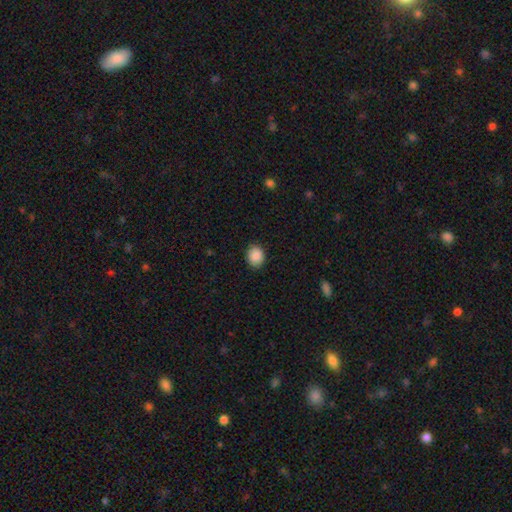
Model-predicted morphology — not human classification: smooth-or-featured: smooth: 89% | star or artifact: 8% | featured or disk: 3%
  how-rounded: round: 57% | in between: 42% | cigar-shaped: 1%
  merging: none: 88% | minor disturbance: 8% | major disturbance: 2% | merger: 1%